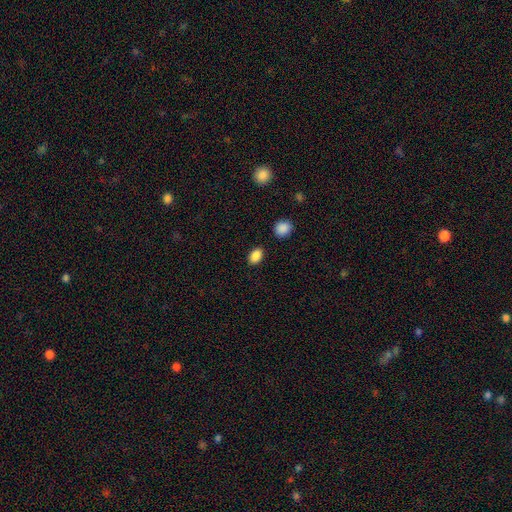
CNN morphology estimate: This appears to be a smooth galaxy with no disk features (88%) that is in between round and cigar-shaped (83%). Merging: none (86%).